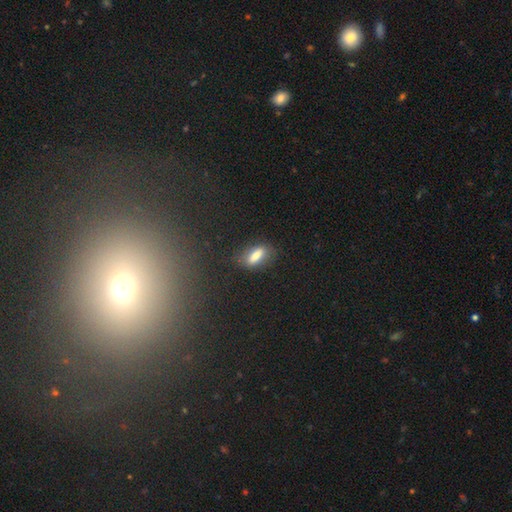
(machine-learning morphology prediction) Q: Smooth or featured?
A: smooth (76%); runner-up: featured or disk (13%)
Q: How rounded?
A: in between (71%); runner-up: cigar-shaped (23%)
Q: Merging?
A: none (75%); runner-up: minor disturbance (17%)